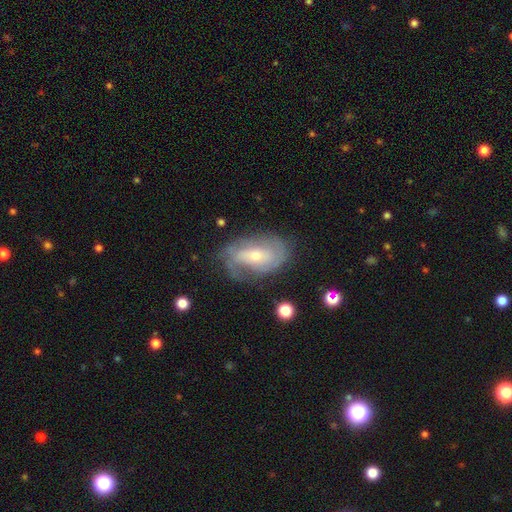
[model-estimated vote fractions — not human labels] Morphology: type=featured or disk (71%); edge-on=no (94%); bar=no (52%); spiral arms=yes (82%); winding=tight (43%); arm count=2 (46%); bulge=small (62%); merging=none (61%).